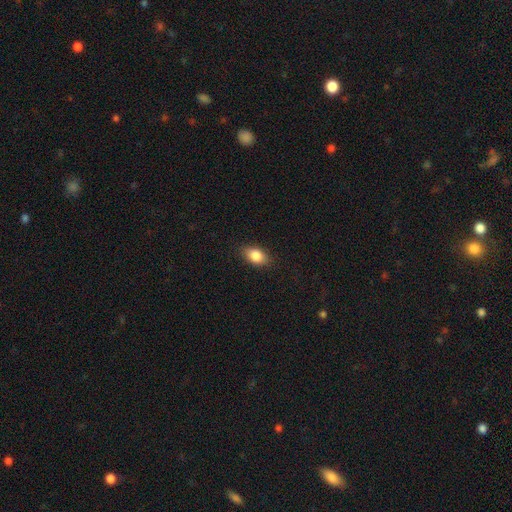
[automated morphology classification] Overall: smooth (84%). How rounded: in between (84%). Merging: none (85%).